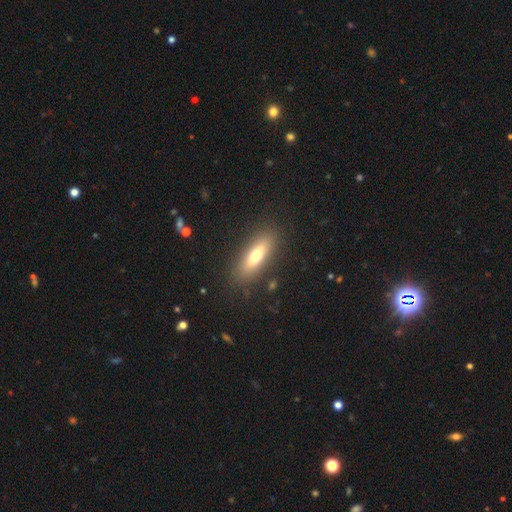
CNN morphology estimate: smooth-or-featured: smooth: 66% | featured or disk: 26% | star or artifact: 7%
  how-rounded: in between: 53% | cigar-shaped: 44% | round: 3%
  merging: none: 86% | minor disturbance: 9% | major disturbance: 3% | merger: 1%